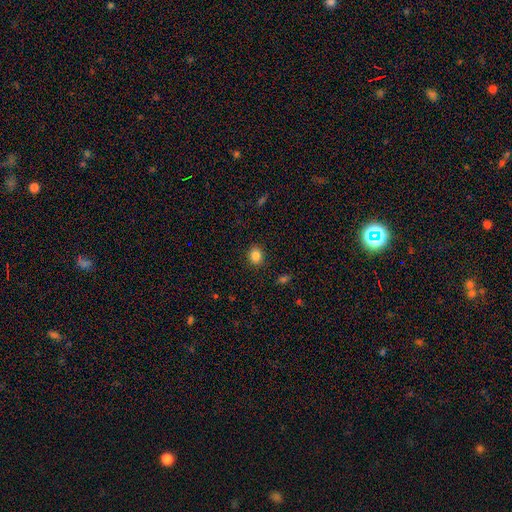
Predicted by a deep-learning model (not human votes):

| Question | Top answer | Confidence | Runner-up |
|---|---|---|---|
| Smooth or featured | smooth | 85% | star or artifact (10%) |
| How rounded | round | 66% | in between (33%) |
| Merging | none | 89% | minor disturbance (8%) |